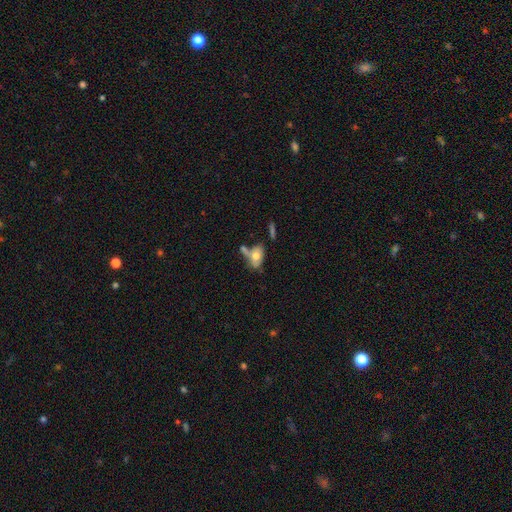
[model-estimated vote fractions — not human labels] A smooth galaxy with no disk features (63%) that is in between round and cigar-shaped (86%).

Vote fractions:
- Smooth or featured? smooth: 63% / featured or disk: 29% / star or artifact: 8%
- How rounded? in between: 86% / round: 10% / cigar-shaped: 4%
- Merging? none: 36% / merger: 32% / minor disturbance: 20% / major disturbance: 12%